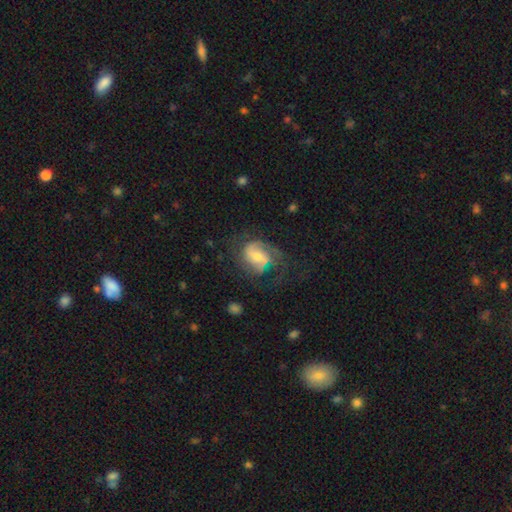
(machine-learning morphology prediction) Smooth or featured? featured or disk (71%)
Edge-on disk? no (97%)
Bar? no (46%)
Spiral arms? yes (89%)
Spiral winding? medium (45%)
Spiral arm count? 2 (52%)
Bulge size? moderate (47%)
Merging? none (50%)